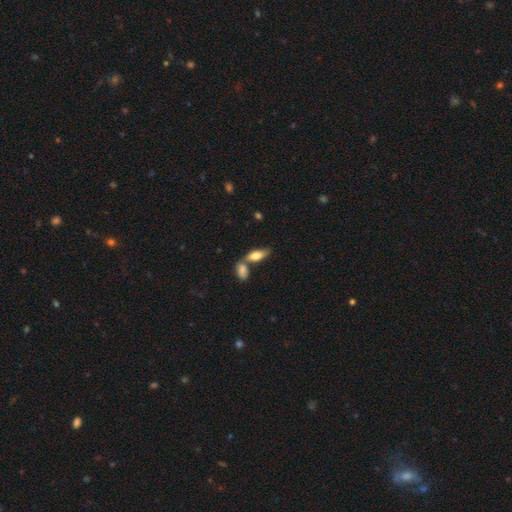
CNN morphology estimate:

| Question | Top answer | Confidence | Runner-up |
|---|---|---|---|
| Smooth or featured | smooth | 73% | featured or disk (21%) |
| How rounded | in between | 75% | cigar-shaped (22%) |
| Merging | none | 52% | merger (33%) |